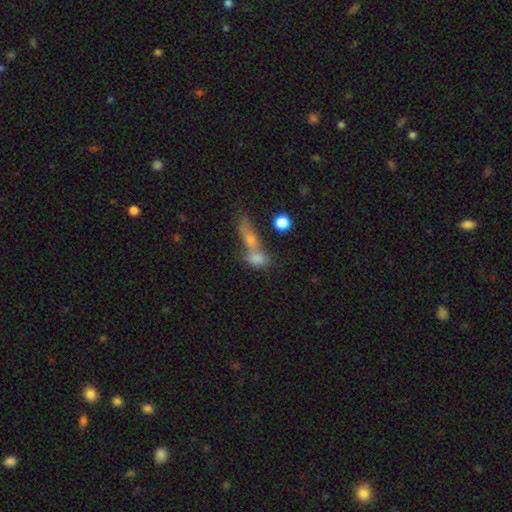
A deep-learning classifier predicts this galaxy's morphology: This is likely a smooth galaxy (71%). How rounded: likely in between (64%). Merging: possibly merger (59%).